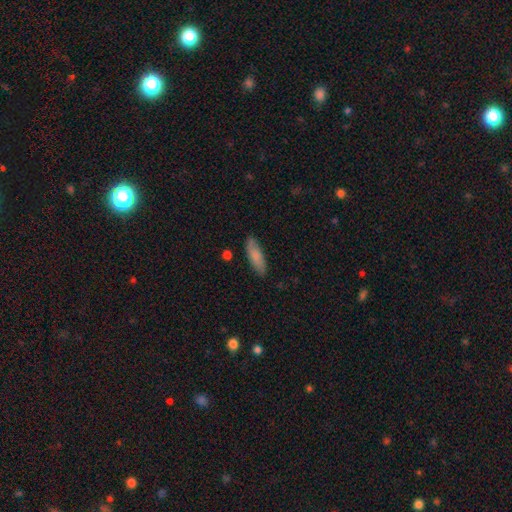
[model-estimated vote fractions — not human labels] This is clearly a smooth galaxy (82%). How rounded: possibly in between (55%). Merging: clearly none (83%).